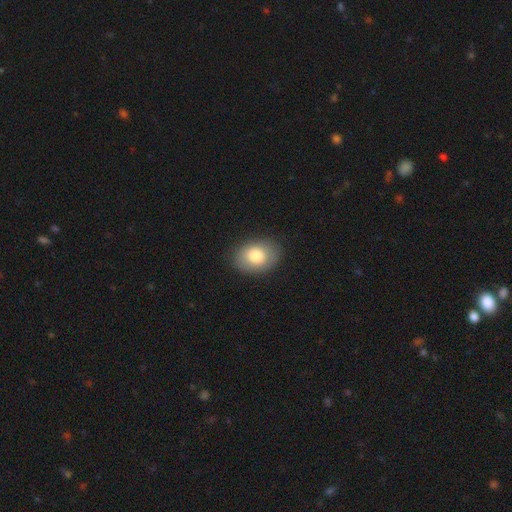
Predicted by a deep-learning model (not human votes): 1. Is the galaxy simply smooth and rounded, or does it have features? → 80% smooth, 12% featured or disk, 8% star or artifact.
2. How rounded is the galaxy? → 74% in between, 25% round, 1% cigar-shaped.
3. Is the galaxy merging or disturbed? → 85% none, 11% minor disturbance, 3% major disturbance, 1% merger.